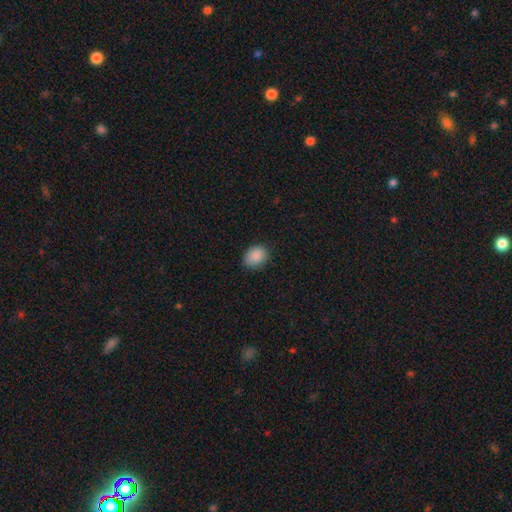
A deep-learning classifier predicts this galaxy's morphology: This is clearly a smooth galaxy (88%). How rounded: possibly in between (53%). Merging: likely none (79%).